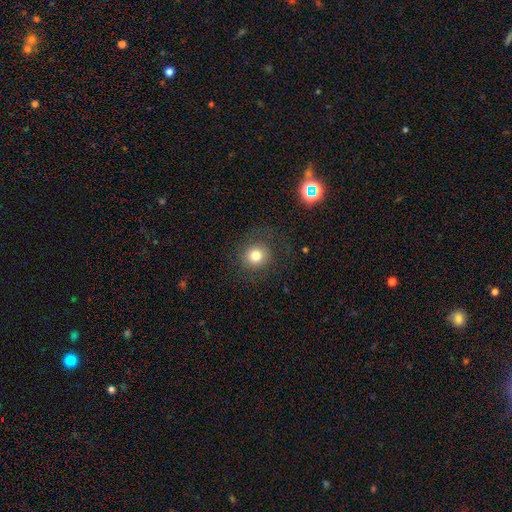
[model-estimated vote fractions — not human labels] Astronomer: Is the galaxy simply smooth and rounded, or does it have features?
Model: smooth — 77%.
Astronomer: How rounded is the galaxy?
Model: round — 90%.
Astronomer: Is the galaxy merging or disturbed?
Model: none — 82%.